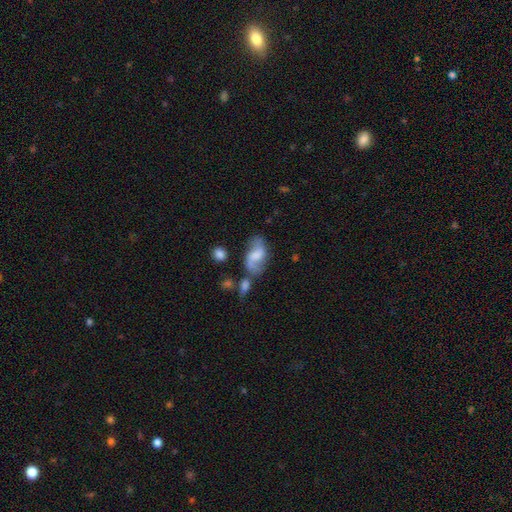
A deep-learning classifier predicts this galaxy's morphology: Overall: featured or disk (61%; smooth 30%). Edge-on disk: no (96%). Bar: weak (46%; no 39%). Spiral arms: yes (87%). Spiral arm count: 2 (86%). Spiral winding: loose (62%; medium 29%). Bulge size: none (33%; moderate 26%). Merging: none (52%; minor disturbance 22%).